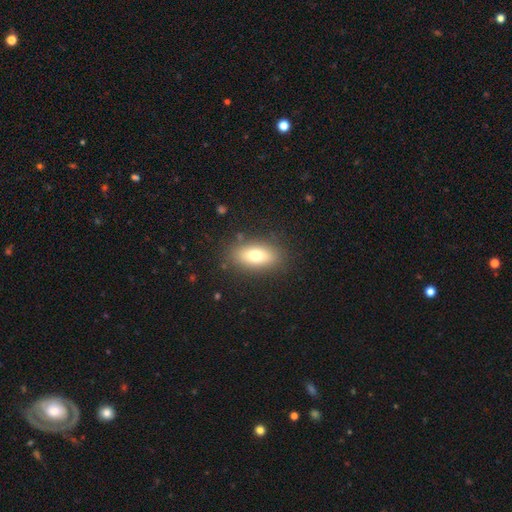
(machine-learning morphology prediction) This appears to be a smooth galaxy with no disk features (76%) that is in between round and cigar-shaped (85%). Merging: none (84%).